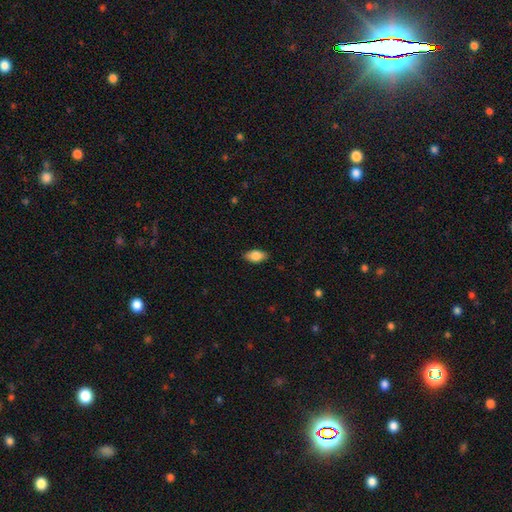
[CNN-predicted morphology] A smooth galaxy with no disk features (83%) that is in between round and cigar-shaped (90%).

Vote fractions:
- Smooth or featured? smooth: 83% / featured or disk: 10% / star or artifact: 7%
- How rounded? in between: 90% / cigar-shaped: 5% / round: 5%
- Merging? none: 86% / minor disturbance: 11% / major disturbance: 2% / merger: 1%